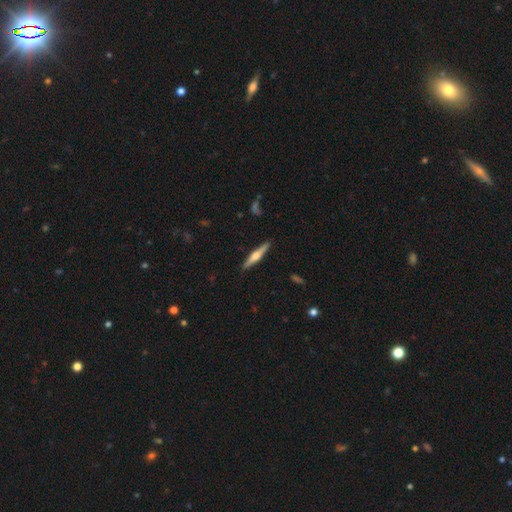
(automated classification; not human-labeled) A featured or disk galaxy (64%) viewed edge-on (98%) with a rounded central bulge (90%).

Vote fractions:
- Smooth or featured? featured or disk: 64% / smooth: 30% / star or artifact: 5%
- Edge-on disk? yes: 98% / no: 2%
- Edge-on bulge? rounded: 90% / boxy: 6% / none: 4%
- Merging? none: 90% / minor disturbance: 7% / major disturbance: 1% / merger: 1%